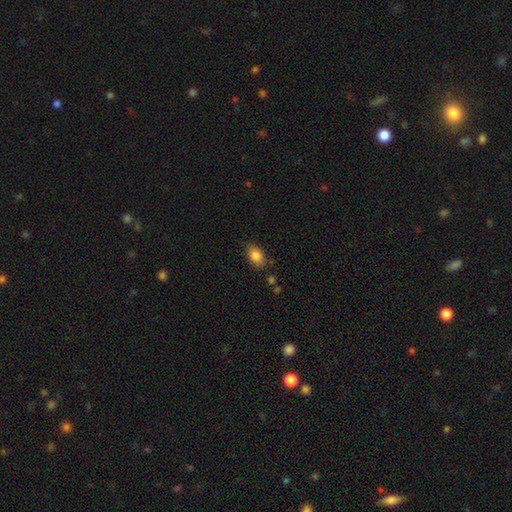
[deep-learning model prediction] Overall: smooth (85%). How rounded: in between (83%). Merging: none (77%).